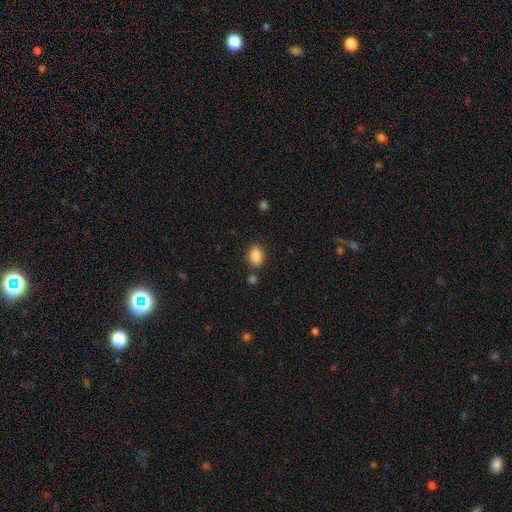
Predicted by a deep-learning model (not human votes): Q: Smooth or featured?
A: smooth (88%); runner-up: star or artifact (8%)
Q: How rounded?
A: in between (77%); runner-up: round (21%)
Q: Merging?
A: none (81%); runner-up: minor disturbance (10%)